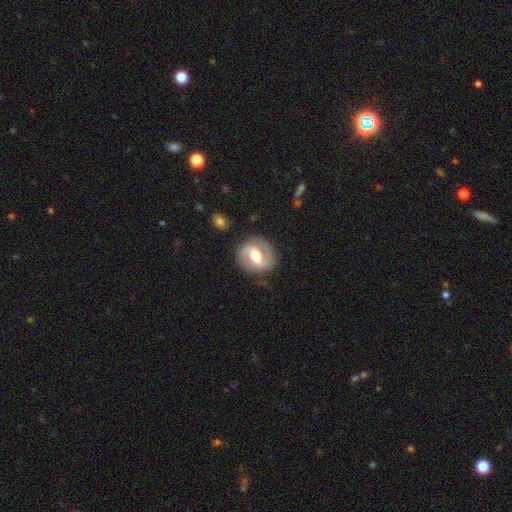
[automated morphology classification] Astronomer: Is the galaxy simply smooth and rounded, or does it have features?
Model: featured or disk — 77%.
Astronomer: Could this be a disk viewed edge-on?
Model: no — 97%.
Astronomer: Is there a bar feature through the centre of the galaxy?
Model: weak — 46% (runner-up: strong, 38%).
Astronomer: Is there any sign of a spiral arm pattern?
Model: yes — 87%.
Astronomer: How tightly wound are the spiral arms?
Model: medium — 50% (runner-up: tight, 28%).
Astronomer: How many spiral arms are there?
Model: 2 — 89%.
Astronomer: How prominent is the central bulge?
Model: moderate — 68%.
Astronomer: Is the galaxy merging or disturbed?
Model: none — 82%.